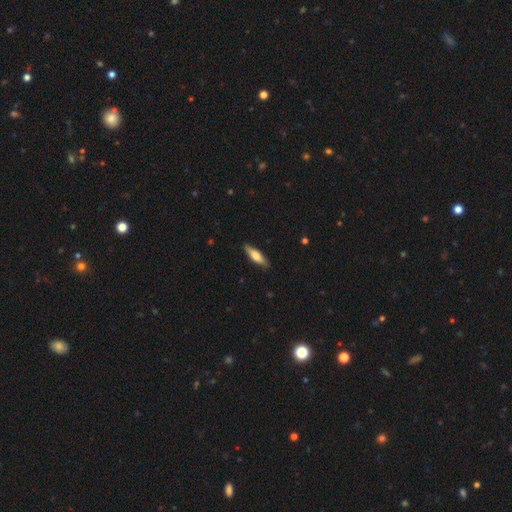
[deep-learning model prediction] Smooth or featured: smooth — 63% (featured or disk — 31%)
How rounded: cigar-shaped — 61% (in between — 37%)
Merging: none — 88% (minor disturbance — 10%)